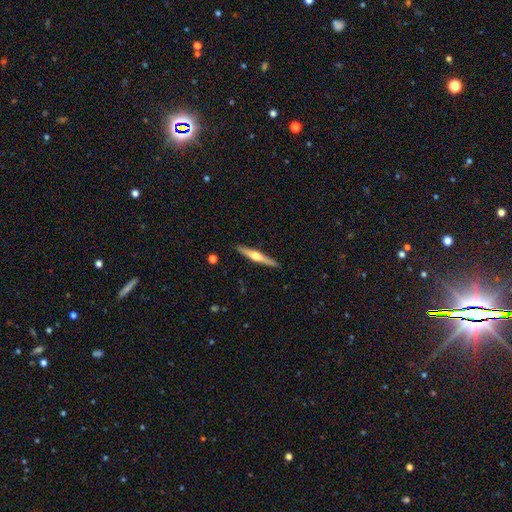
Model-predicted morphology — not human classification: smooth_or_featured: featured or disk (p=0.64) [alt: smooth p=0.31]
disk_edge_on: yes (p=0.97) [alt: no p=0.03]
edge_on_bulge: rounded (p=0.92) [alt: none p=0.05]
merging: none (p=0.90) [alt: minor disturbance p=0.07]